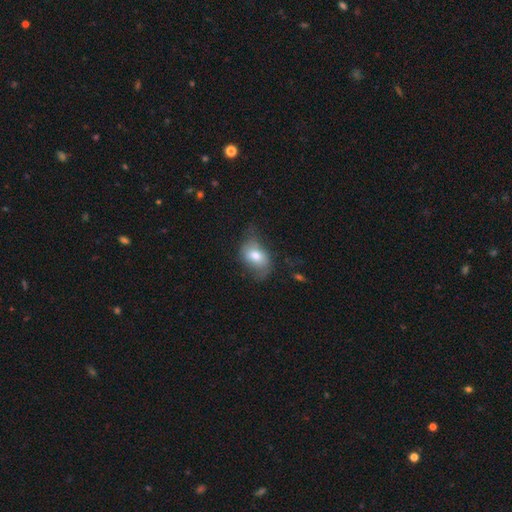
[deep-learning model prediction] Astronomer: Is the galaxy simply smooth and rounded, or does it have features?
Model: smooth — 71%.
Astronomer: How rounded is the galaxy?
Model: in between — 82%.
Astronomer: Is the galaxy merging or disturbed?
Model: none — 46% (runner-up: minor disturbance, 34%).